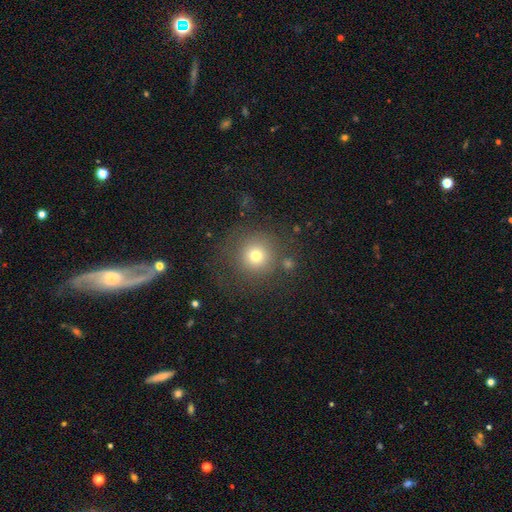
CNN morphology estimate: A smooth galaxy with no disk features (73%) that is round (94%). Merging: none (76%).